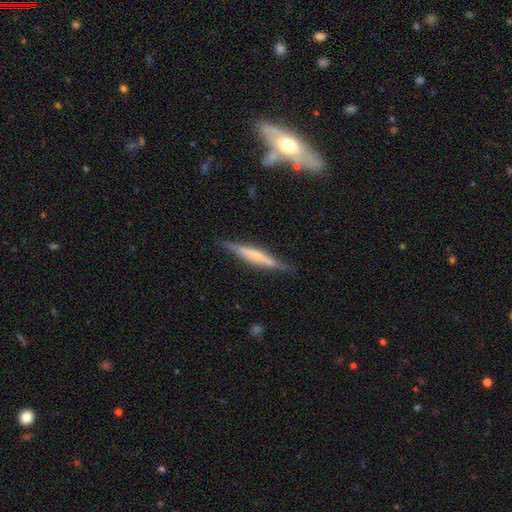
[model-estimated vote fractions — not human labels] This is possibly a featured or disk galaxy (56%). It is clearly viewed edge-on (94%). Edge-on bulge: possibly none (45%). Merging: clearly none (83%).